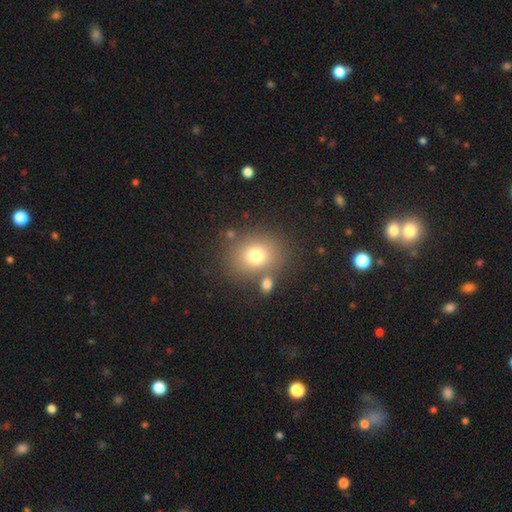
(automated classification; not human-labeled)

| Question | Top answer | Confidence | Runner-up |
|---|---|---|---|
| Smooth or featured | smooth | 74% | star or artifact (13%) |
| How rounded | round | 67% | in between (32%) |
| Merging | none | 72% | merger (12%) |